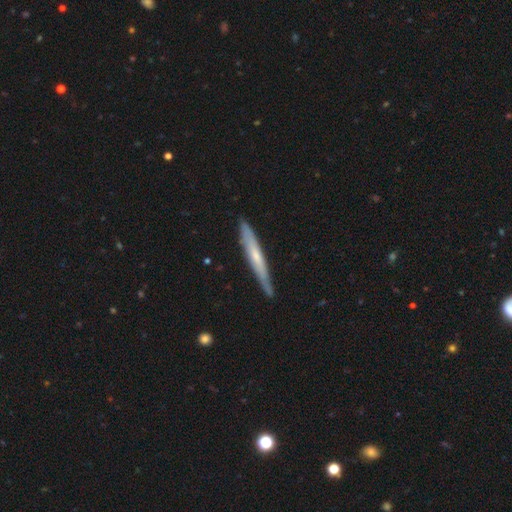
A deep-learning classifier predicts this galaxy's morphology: Smooth or featured? Predicted: featured or disk (p=0.52). Edge-on disk? Predicted: yes (p=0.91). Merging? Predicted: none (p=0.82).